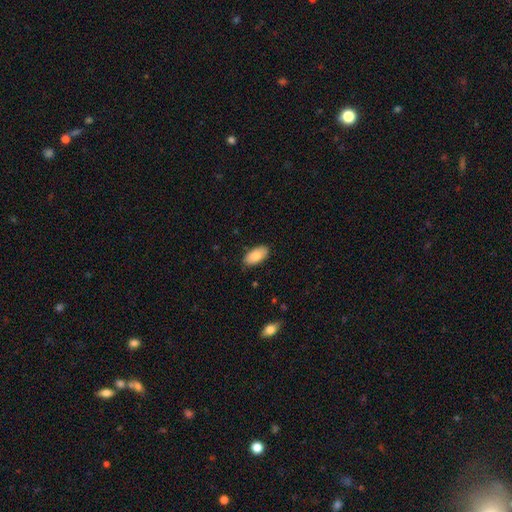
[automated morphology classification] smooth-or-featured: smooth: 84% | featured or disk: 9% | star or artifact: 6%
  how-rounded: in between: 94% | cigar-shaped: 4% | round: 2%
  merging: none: 85% | minor disturbance: 12% | major disturbance: 2% | merger: 1%